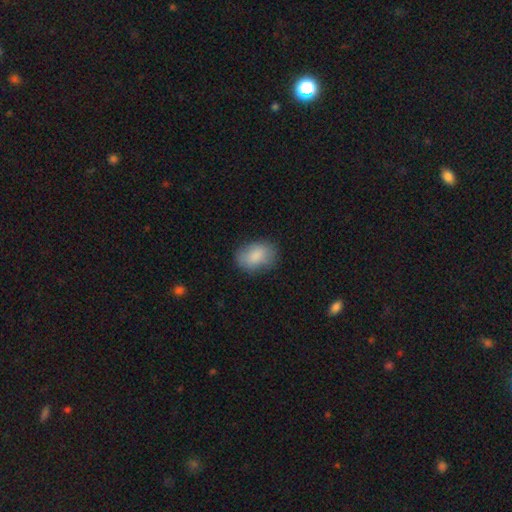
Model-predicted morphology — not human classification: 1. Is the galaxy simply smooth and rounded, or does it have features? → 86% smooth, 7% featured or disk, 7% star or artifact.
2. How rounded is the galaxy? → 80% in between, 19% round, 1% cigar-shaped.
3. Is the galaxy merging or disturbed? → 79% none, 16% minor disturbance, 4% major disturbance, 1% merger.